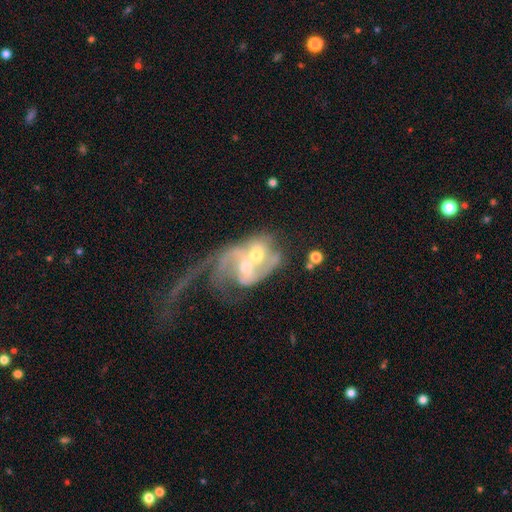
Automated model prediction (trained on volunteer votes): Smooth or featured? featured or disk (72%)
Edge-on disk? no (96%)
Bar? no (55%)
Spiral arms? yes (73%)
Spiral winding? loose (49%)
Spiral arm count? 2 (43%)
Bulge size? moderate (63%)
Merging? merger (70%)